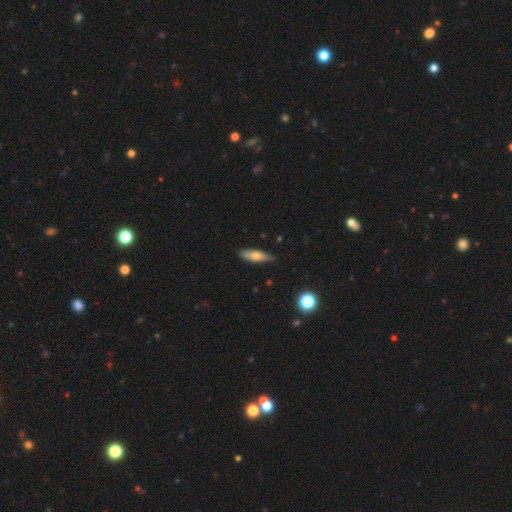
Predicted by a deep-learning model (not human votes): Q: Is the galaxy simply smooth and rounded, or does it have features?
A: smooth — 60%.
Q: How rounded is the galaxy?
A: cigar-shaped — 53%.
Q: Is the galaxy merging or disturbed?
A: none — 83%.